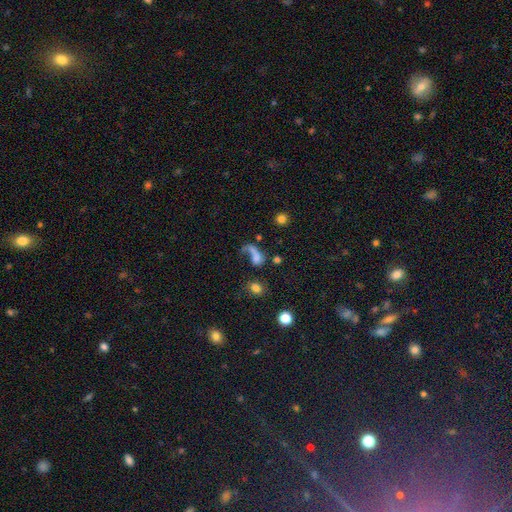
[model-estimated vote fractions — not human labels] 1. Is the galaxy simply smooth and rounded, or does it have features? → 52% smooth, 32% featured or disk, 16% star or artifact.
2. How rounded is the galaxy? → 54% in between, 31% round, 15% cigar-shaped.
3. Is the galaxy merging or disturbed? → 42% major disturbance, 28% none, 17% merger, 13% minor disturbance.